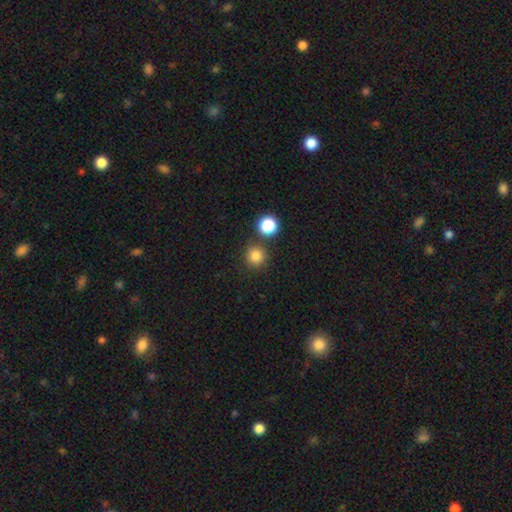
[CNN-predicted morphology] Smooth or featured?
  - smooth: 82% *
  - star or artifact: 13%
  - featured or disk: 5%
How rounded?
  - round: 93% *
  - in between: 6%
  - cigar-shaped: 1%
Merging?
  - none: 79% *
  - merger: 11%
  - minor disturbance: 8%
  - major disturbance: 3%